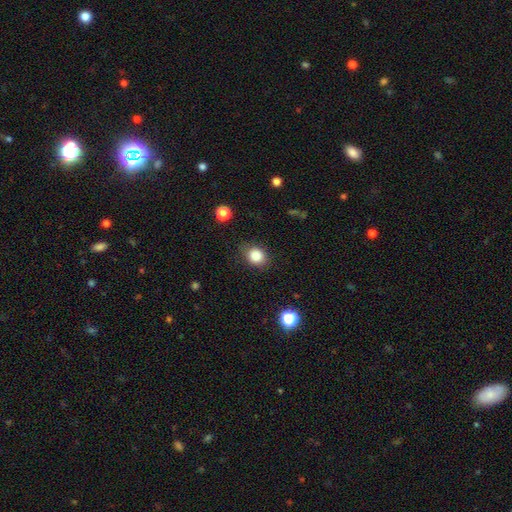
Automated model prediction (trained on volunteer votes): Smooth or featured: smooth — 83% (star or artifact — 11%)
How rounded: round — 58% (in between — 41%)
Merging: none — 81% (minor disturbance — 14%)